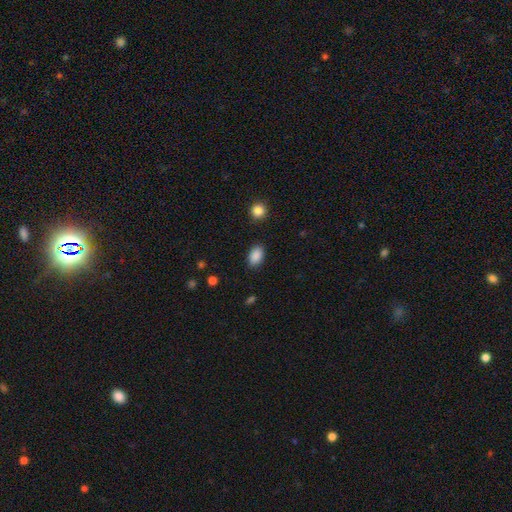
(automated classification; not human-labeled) Q: Smooth or featured?
A: smooth (89%); runner-up: star or artifact (8%)
Q: How rounded?
A: in between (89%); runner-up: round (10%)
Q: Merging?
A: none (88%); runner-up: minor disturbance (8%)